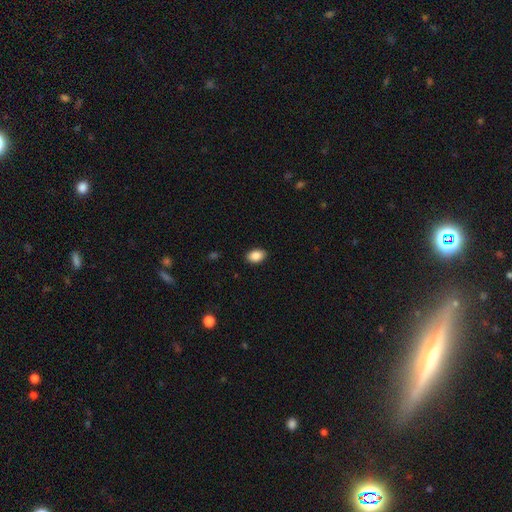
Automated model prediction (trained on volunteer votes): smooth-or-featured: smooth: 88% | star or artifact: 8% | featured or disk: 4%
  how-rounded: in between: 86% | round: 13% | cigar-shaped: 1%
  merging: none: 89% | minor disturbance: 8% | major disturbance: 2% | merger: 1%